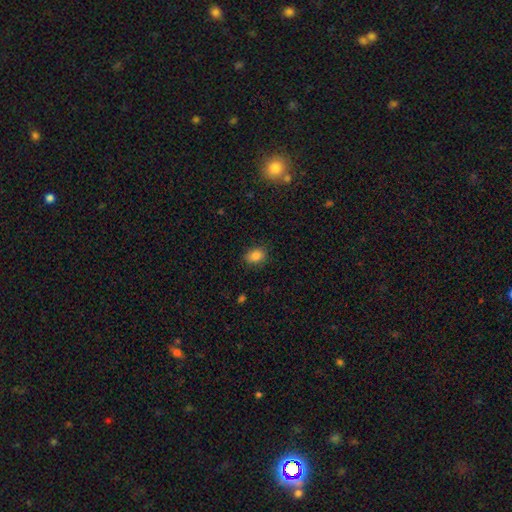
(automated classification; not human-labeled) The model was most divided on "how rounded": in between: 64%, round: 34%, cigar-shaped: 1%. More confident: smooth or featured — smooth (85%); merging — none (84%).